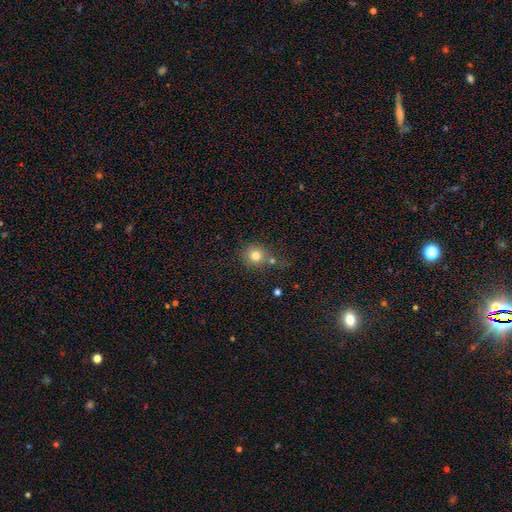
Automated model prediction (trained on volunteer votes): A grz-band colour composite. It shows a smooth galaxy with no disk features (79%) that is round (89%). Merging: none (64%).